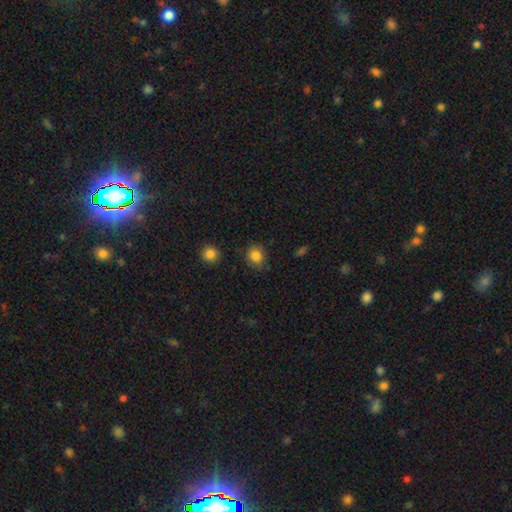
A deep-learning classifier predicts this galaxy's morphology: Q: Smooth or featured?
A: smooth (85%); runner-up: star or artifact (10%)
Q: How rounded?
A: round (68%); runner-up: in between (31%)
Q: Merging?
A: none (82%); runner-up: minor disturbance (13%)